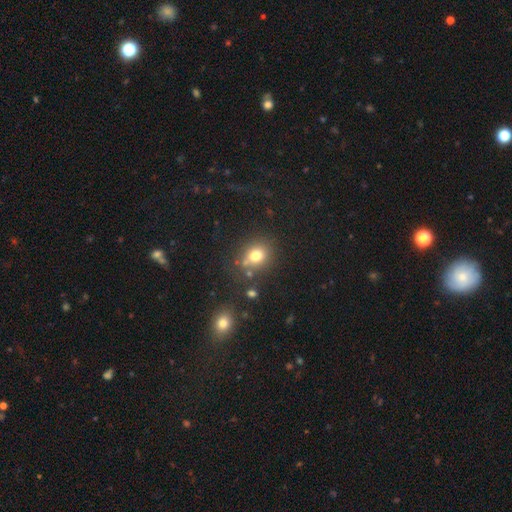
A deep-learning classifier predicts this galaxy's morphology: smooth 75%, star or artifact 15%, featured or disk 10%. Down the decision tree: how rounded — round (66%); merging — none (69%).